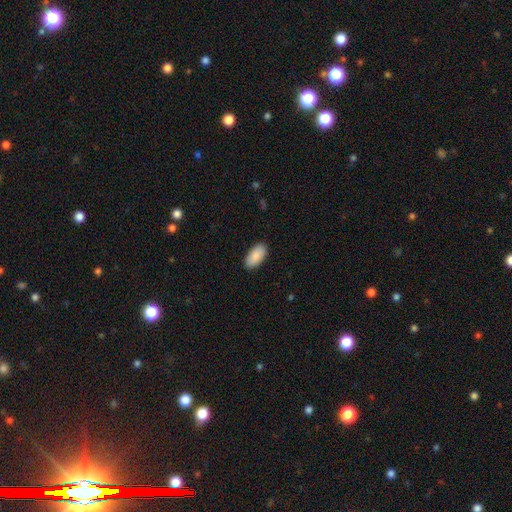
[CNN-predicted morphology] Smooth or featured: smooth — 90% (star or artifact — 6%)
How rounded: in between — 94% (cigar-shaped — 4%)
Merging: none — 89% (minor disturbance — 9%)